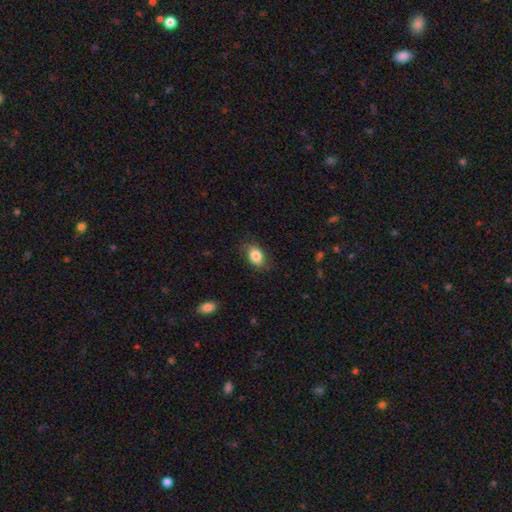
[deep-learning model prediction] Smooth or featured: smooth — 84% (featured or disk — 8%)
How rounded: in between — 80% (round — 18%)
Merging: none — 79% (minor disturbance — 16%)